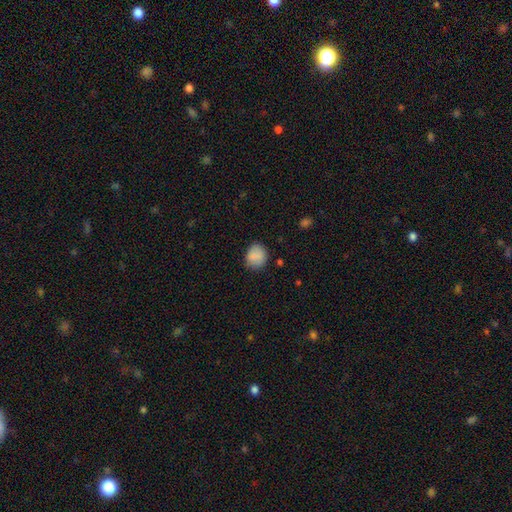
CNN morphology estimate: The model was most divided on "how rounded": round: 69%, in between: 30%, cigar-shaped: 1%. More confident: smooth or featured — smooth (87%); merging — none (80%).